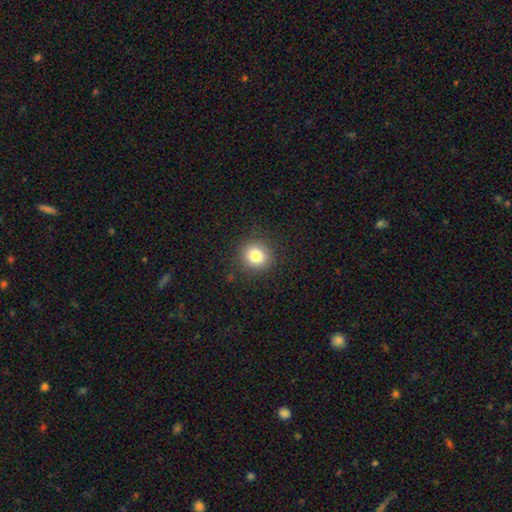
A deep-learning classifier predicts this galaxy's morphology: A smooth galaxy with no disk features (82%) that is round (87%). Merging: none (89%).